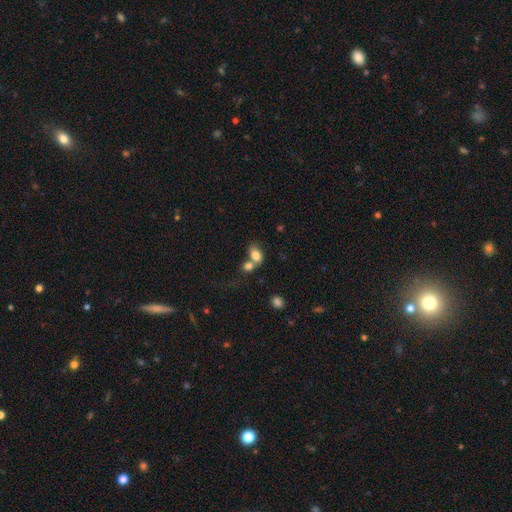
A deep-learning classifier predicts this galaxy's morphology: Smooth or featured? smooth (80%)
How rounded? in between (78%)
Merging? merger (56%)